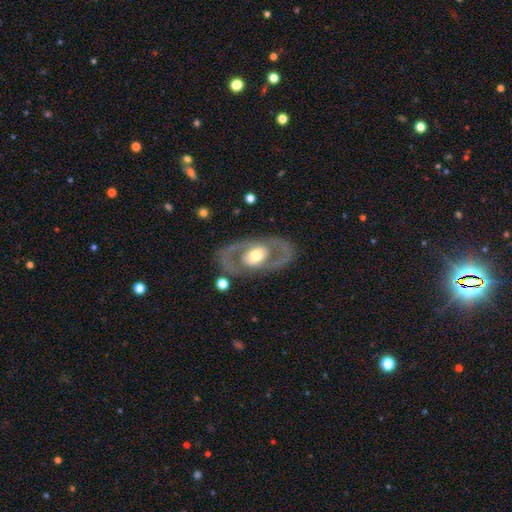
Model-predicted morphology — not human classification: featured or disk 73%, smooth 22%, star or artifact 5%. Down the decision tree: edge-on disk — no (91%); bar — no (68%); spiral arms — no (59%); bulge size — moderate (62%); merging — none (80%).